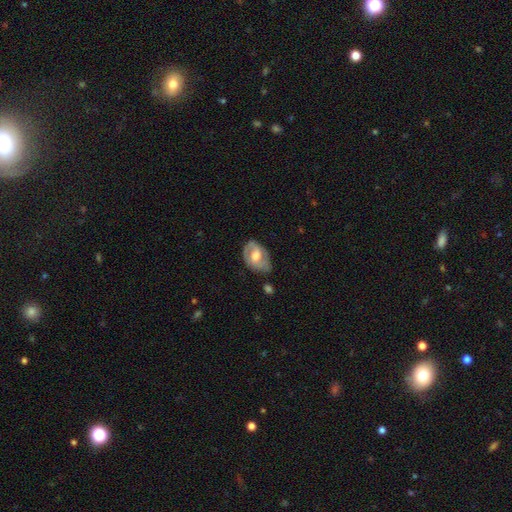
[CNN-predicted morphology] type=featured or disk (58%); edge-on=no (94%); bar=no (50%); spiral arms=yes (59%); bulge=moderate (48%); merging=none (61%).